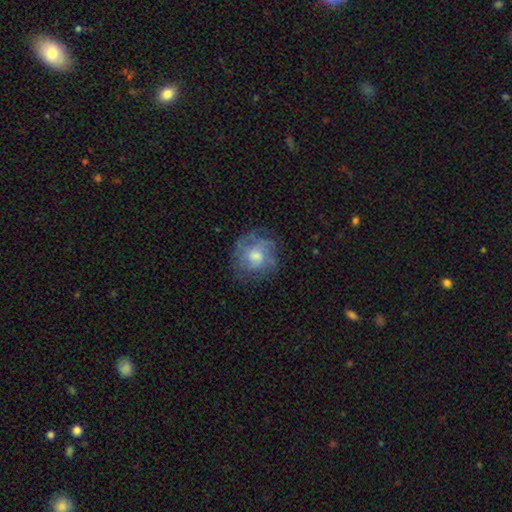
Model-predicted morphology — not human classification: A featured or disk galaxy (54%) with no bar (67%), spiral arms (74%) and a moderate central bulge (54%). Merging: none (68%).